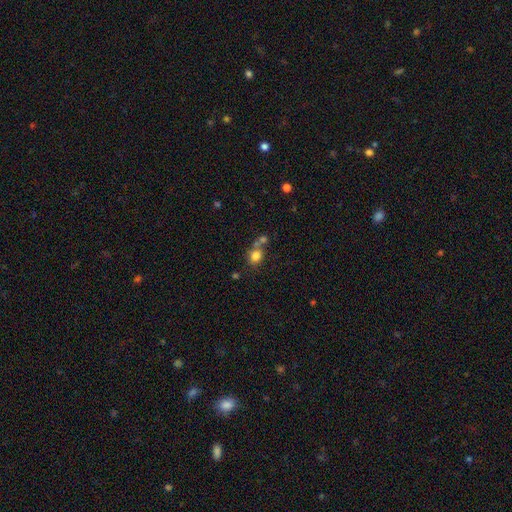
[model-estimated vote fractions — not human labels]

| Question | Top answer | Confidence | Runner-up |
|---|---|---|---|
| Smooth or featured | smooth | 80% | star or artifact (12%) |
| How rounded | round | 73% | in between (26%) |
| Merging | none | 48% | merger (36%) |